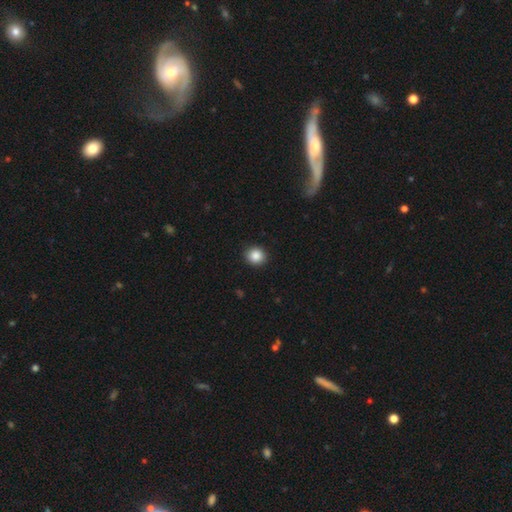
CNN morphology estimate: A smooth galaxy with no disk features (87%) that is round (85%).

Vote fractions:
- Smooth or featured? smooth: 87% / star or artifact: 9% / featured or disk: 4%
- How rounded? round: 85% / in between: 14% / cigar-shaped: 1%
- Merging? none: 92% / minor disturbance: 6% / major disturbance: 2% / merger: 1%